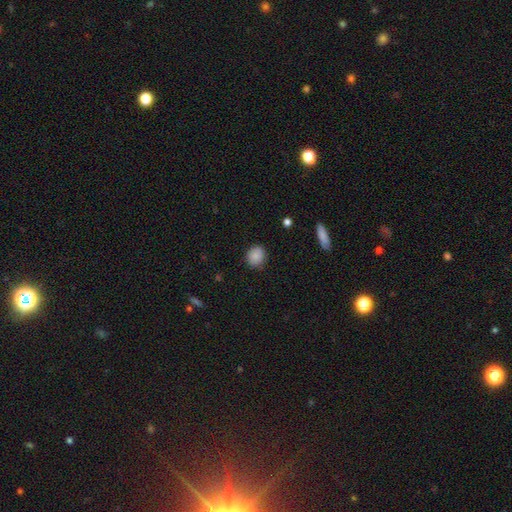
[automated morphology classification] A smooth galaxy with no disk features (88%) that is round (70%). Merging: none (86%).